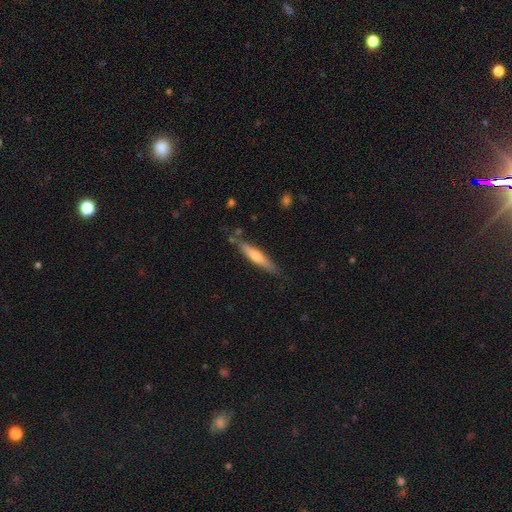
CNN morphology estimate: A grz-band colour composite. It shows a smooth galaxy with no disk features (49%). Merging: none (78%).